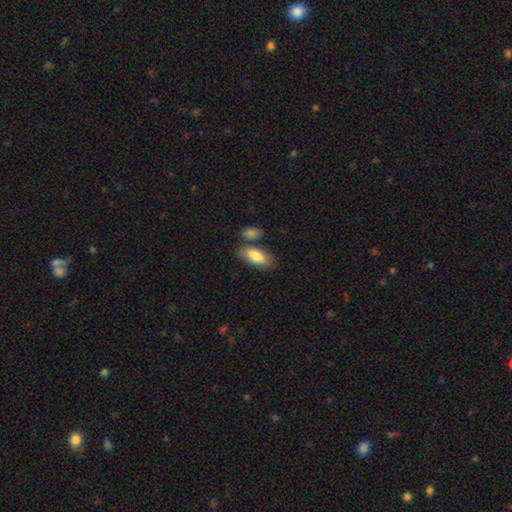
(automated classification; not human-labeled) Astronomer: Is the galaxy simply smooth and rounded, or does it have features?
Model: smooth — 84%.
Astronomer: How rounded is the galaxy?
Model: in between — 90%.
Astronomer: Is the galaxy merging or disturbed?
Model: none — 68%.